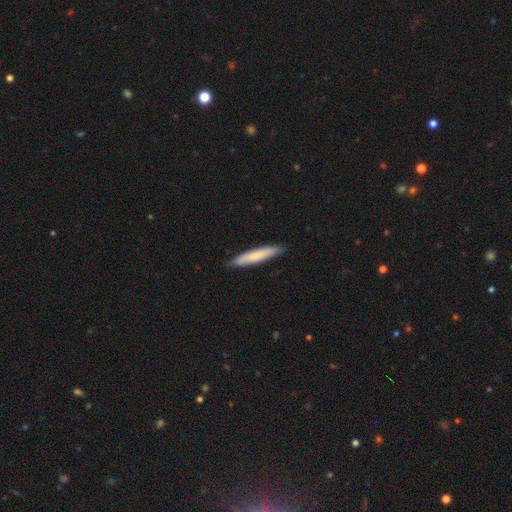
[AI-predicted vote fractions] Q: Smooth or featured?
A: smooth (73%); runner-up: featured or disk (22%)
Q: How rounded?
A: cigar-shaped (91%); runner-up: in between (8%)
Q: Merging?
A: none (87%); runner-up: minor disturbance (10%)